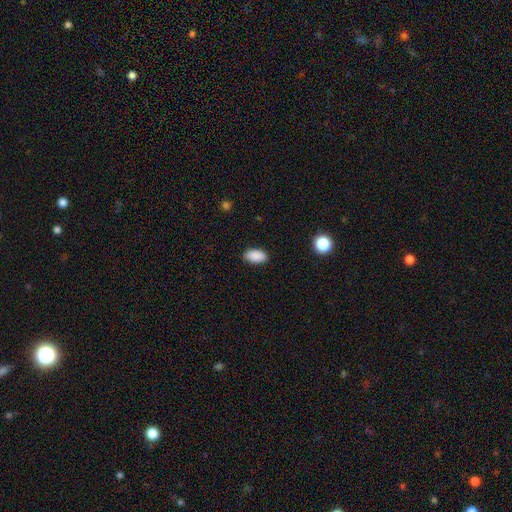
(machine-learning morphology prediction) A smooth galaxy with no disk features (89%) that is in between round and cigar-shaped (93%).

Vote fractions:
- Smooth or featured? smooth: 89% / star or artifact: 7% / featured or disk: 3%
- How rounded? in between: 93% / round: 4% / cigar-shaped: 2%
- Merging? none: 86% / minor disturbance: 11% / major disturbance: 2% / merger: 1%